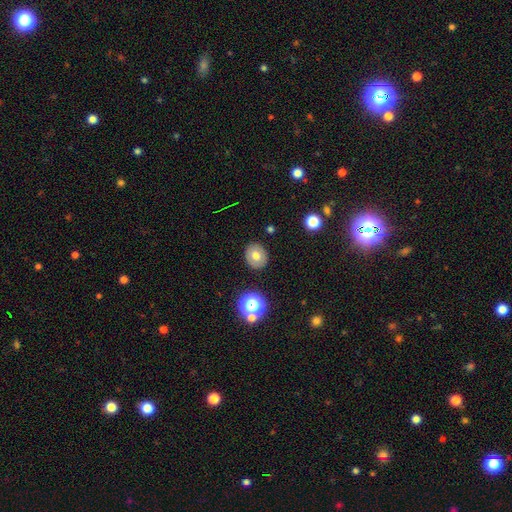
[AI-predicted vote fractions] A smooth galaxy with no disk features (68%) that is round (68%). Merging: none (88%).